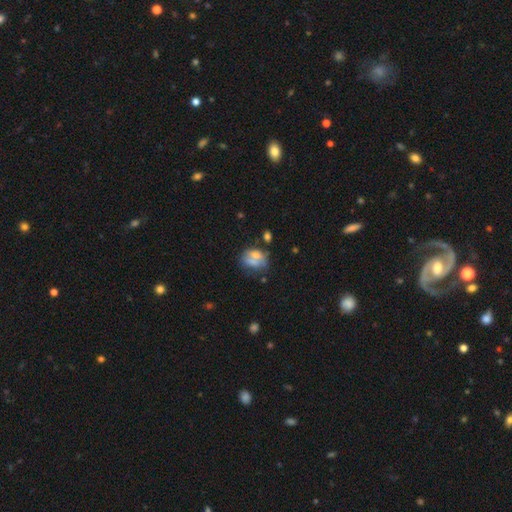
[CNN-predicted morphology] smooth_or_featured: smooth (p=0.59) [alt: featured or disk p=0.31]
how_rounded: in between (p=0.61) [alt: round p=0.38]
merging: none (p=0.36) [alt: merger p=0.25]